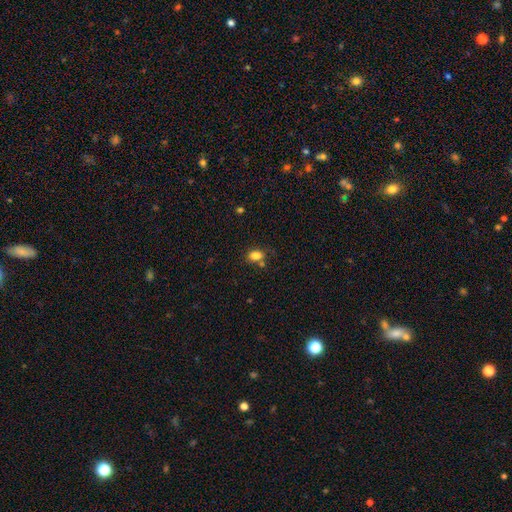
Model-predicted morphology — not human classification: Smooth or featured? Predicted: smooth (p=0.82). How rounded? Predicted: in between (p=0.76). Merging? Predicted: none (p=0.64).